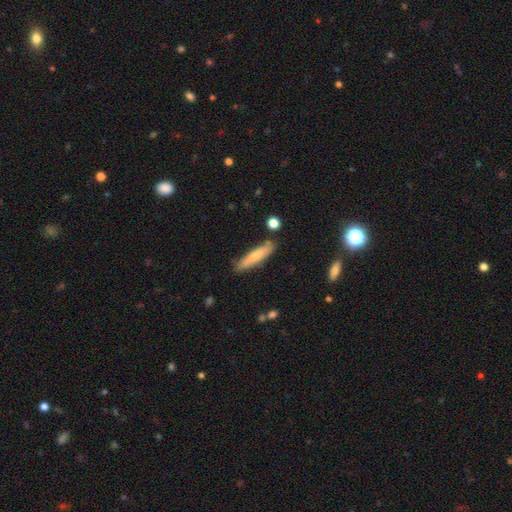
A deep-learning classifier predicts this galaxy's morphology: A smooth galaxy with no disk features (70%) that is cigar-shaped (82%). Merging: none (81%).